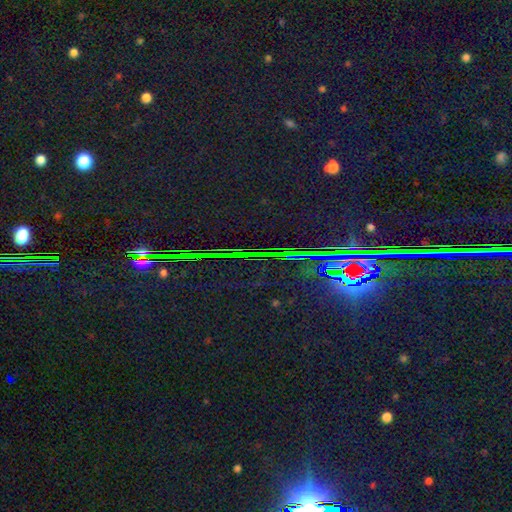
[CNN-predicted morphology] This is clearly a star or artifact rather than a galaxy (86%).